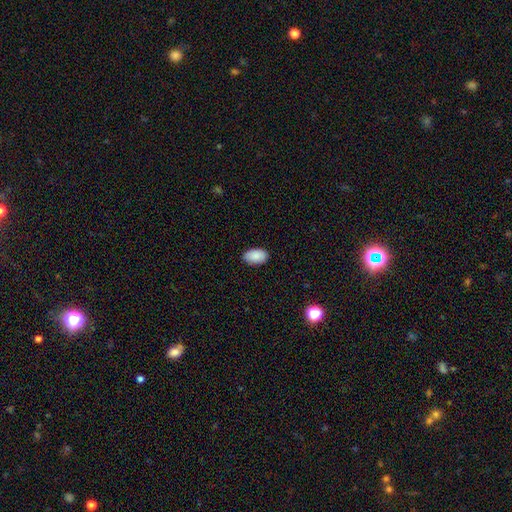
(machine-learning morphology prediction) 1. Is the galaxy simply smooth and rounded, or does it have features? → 89% smooth, 7% star or artifact, 4% featured or disk.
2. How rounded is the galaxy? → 93% in between, 5% round, 1% cigar-shaped.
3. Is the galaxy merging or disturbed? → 88% none, 9% minor disturbance, 2% major disturbance, 1% merger.